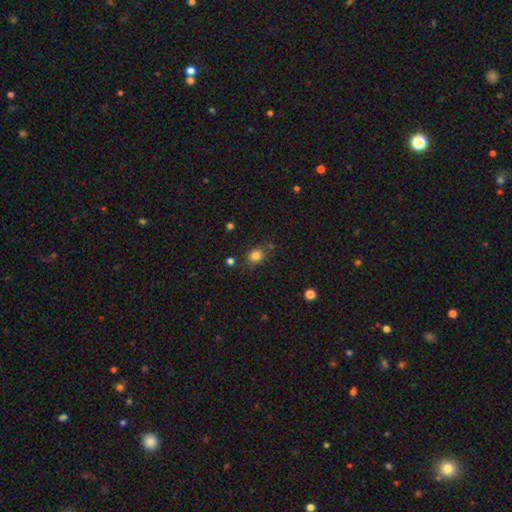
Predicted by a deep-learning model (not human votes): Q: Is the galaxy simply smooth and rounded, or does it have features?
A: smooth — 82%.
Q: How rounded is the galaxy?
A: round — 51%.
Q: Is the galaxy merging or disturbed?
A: none — 76%.